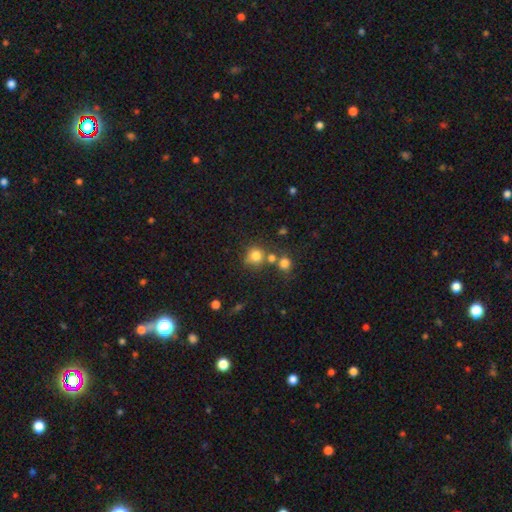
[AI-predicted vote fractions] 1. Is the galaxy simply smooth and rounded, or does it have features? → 79% smooth, 14% star or artifact, 8% featured or disk.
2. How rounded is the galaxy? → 86% round, 13% in between, 1% cigar-shaped.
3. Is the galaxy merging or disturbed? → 59% none, 24% merger, 12% minor disturbance, 5% major disturbance.